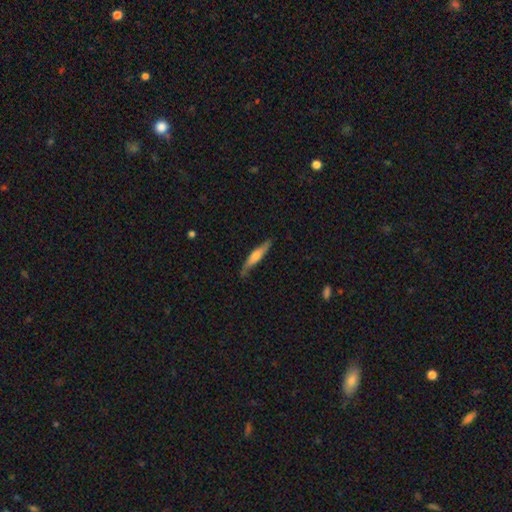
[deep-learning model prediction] A featured or disk galaxy (50%).

Vote fractions:
- Smooth or featured? featured or disk: 50% / smooth: 45% / star or artifact: 6%
- Merging? none: 77% / minor disturbance: 18% / major disturbance: 3% / merger: 2%